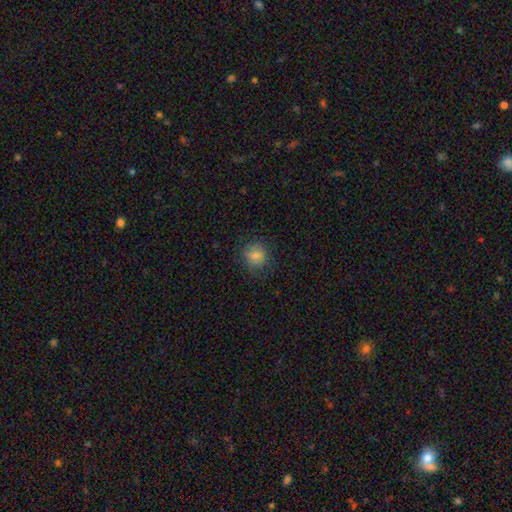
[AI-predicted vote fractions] Overall: smooth (80%). How rounded: round (79%). Merging: none (80%).